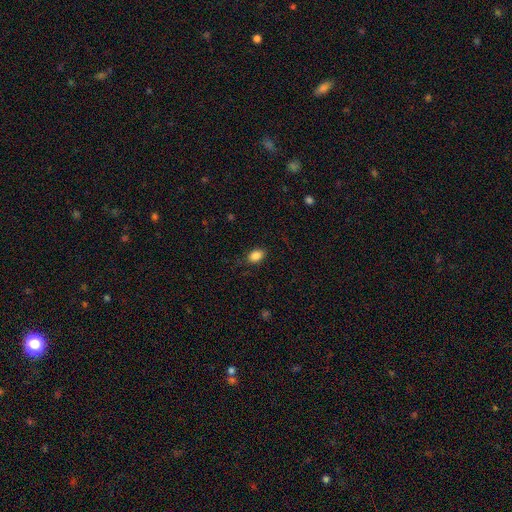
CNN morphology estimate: Overall: smooth (87%). How rounded: in between (85%). Merging: none (83%).